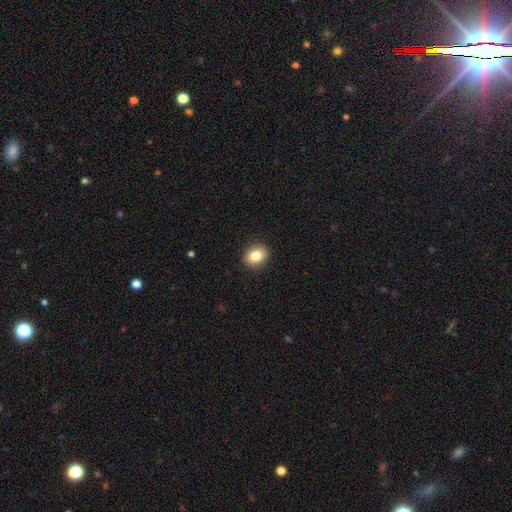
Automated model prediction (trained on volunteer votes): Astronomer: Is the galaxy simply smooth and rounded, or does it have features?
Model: smooth — 83%.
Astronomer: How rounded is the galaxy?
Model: round — 61% (runner-up: in between, 38%).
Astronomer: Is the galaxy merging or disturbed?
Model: none — 91%.